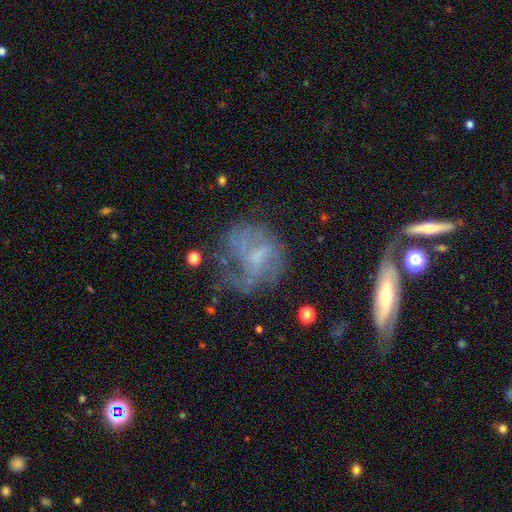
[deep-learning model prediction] A featured or disk galaxy (63%) with no bar (49%), spiral arms (63%) and no central bulge (41%). Merging: none (42%).